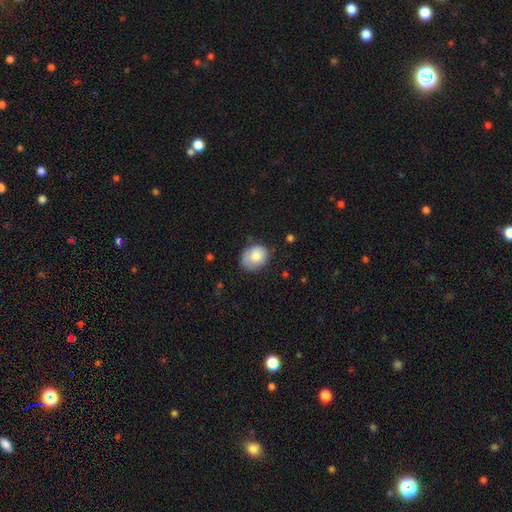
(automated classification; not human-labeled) A smooth galaxy with no disk features (80%) that is round (56%).

Vote fractions:
- Smooth or featured? smooth: 80% / featured or disk: 13% / star or artifact: 7%
- How rounded? round: 56% / in between: 43% / cigar-shaped: 1%
- Merging? none: 65% / minor disturbance: 27% / major disturbance: 7% / merger: 2%